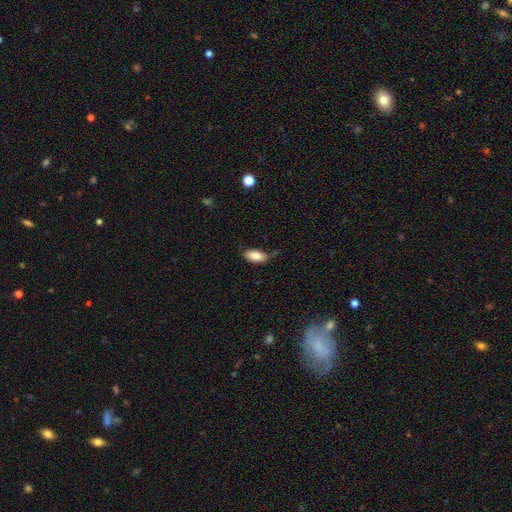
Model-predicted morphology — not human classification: A smooth galaxy with no disk features (82%) that is in between round and cigar-shaped (93%).

Vote fractions:
- Smooth or featured? smooth: 82% / featured or disk: 11% / star or artifact: 7%
- How rounded? in between: 93% / cigar-shaped: 5% / round: 3%
- Merging? none: 65% / minor disturbance: 27% / major disturbance: 6% / merger: 2%